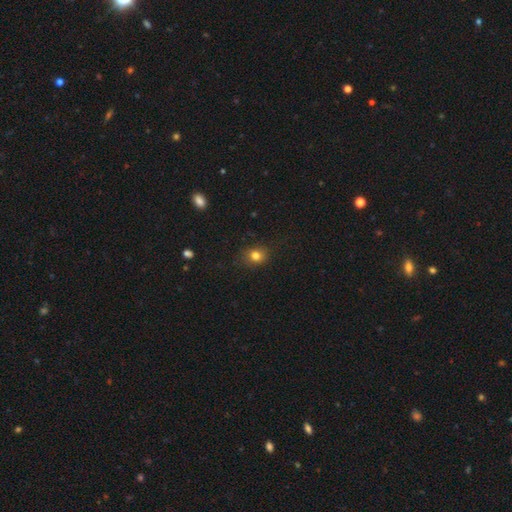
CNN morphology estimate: Smooth or featured: smooth — 80% (star or artifact — 13%)
How rounded: round — 68% (in between — 31%)
Merging: none — 84% (minor disturbance — 12%)